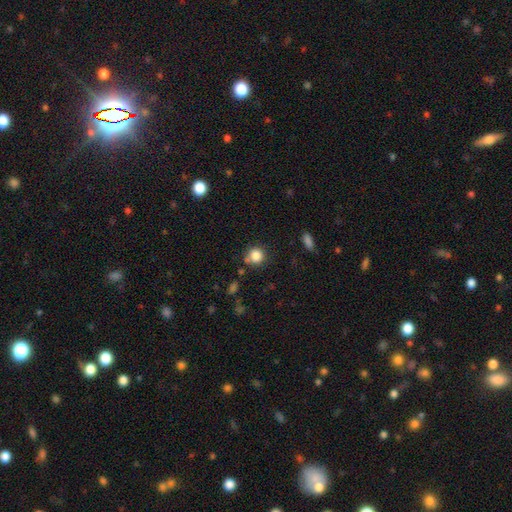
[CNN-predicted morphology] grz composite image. It shows a smooth galaxy with no disk features (84%) that is round (89%). Merging: none (73%).